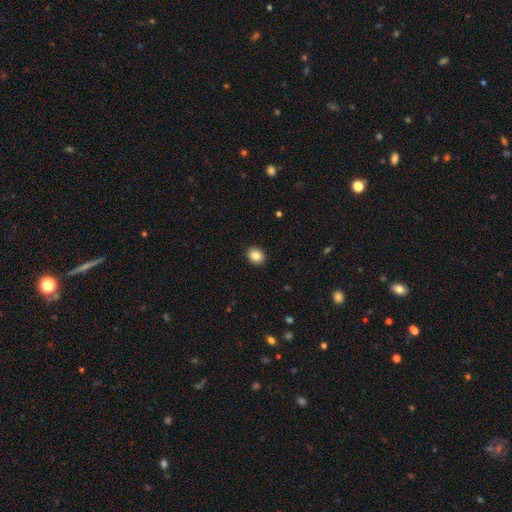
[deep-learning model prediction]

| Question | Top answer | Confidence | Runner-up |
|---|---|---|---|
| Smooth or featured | smooth | 85% | star or artifact (9%) |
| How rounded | round | 59% | in between (40%) |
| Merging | none | 92% | minor disturbance (6%) |